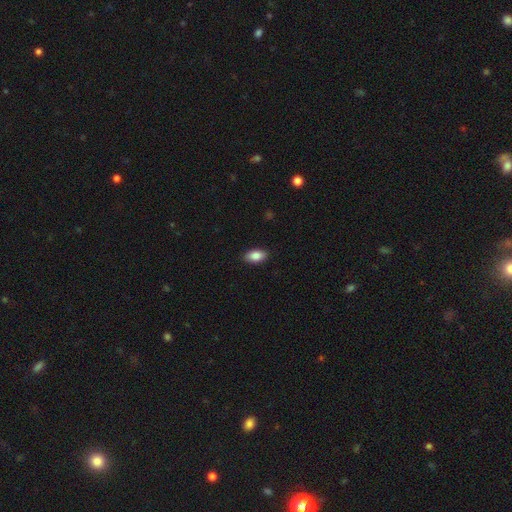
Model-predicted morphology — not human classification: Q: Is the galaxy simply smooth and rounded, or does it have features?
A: smooth — 86%.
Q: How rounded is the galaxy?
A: in between — 92%.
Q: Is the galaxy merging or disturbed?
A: none — 89%.